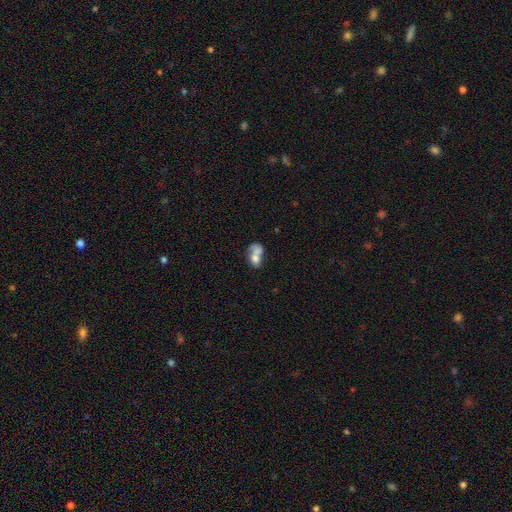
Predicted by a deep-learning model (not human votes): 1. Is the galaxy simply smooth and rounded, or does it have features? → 64% smooth, 27% featured or disk, 9% star or artifact.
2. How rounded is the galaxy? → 72% in between, 25% round, 2% cigar-shaped.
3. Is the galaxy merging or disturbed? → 68% merger, 14% none, 9% major disturbance, 8% minor disturbance.